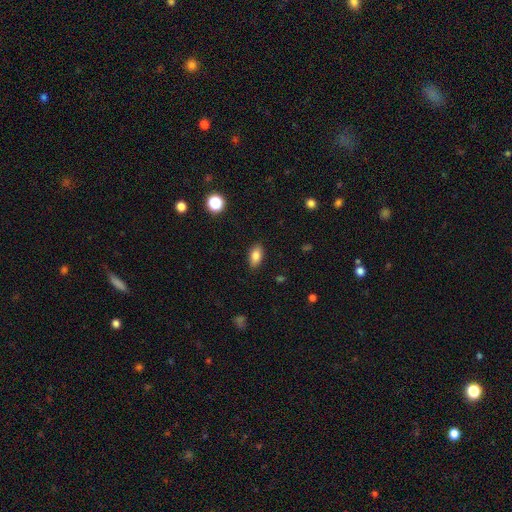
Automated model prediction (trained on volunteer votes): The model was most divided on "smooth or featured": smooth: 82%, featured or disk: 9%, star or artifact: 9%. More confident: how rounded — in between (88%); merging — none (87%).